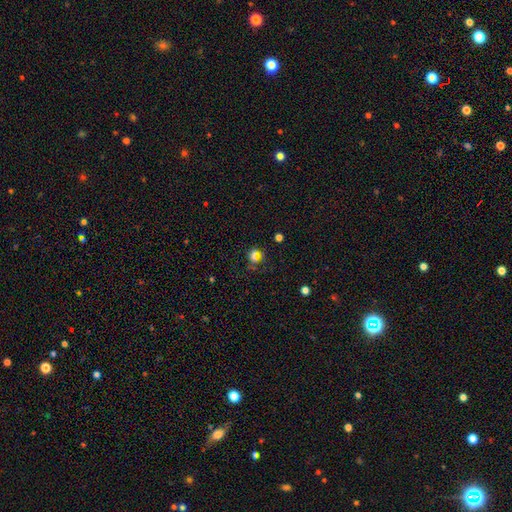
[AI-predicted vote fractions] Overall: smooth (67%). How rounded: round (67%; in between 31%). Merging: none (60%; minor disturbance 21%).